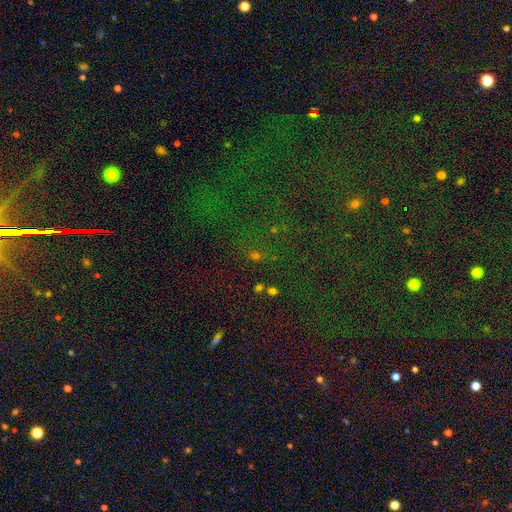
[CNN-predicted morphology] type=star or artifact (58%).